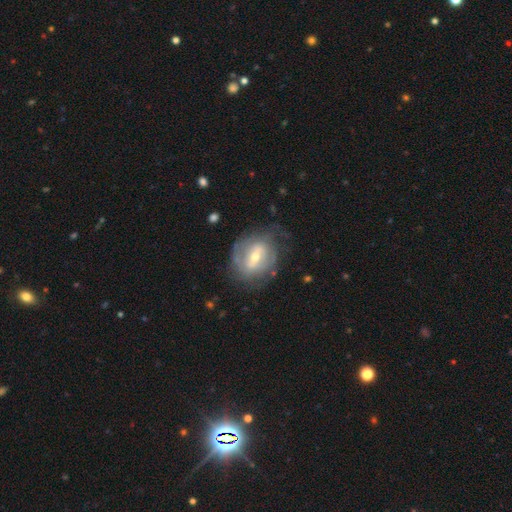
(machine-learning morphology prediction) featured or disk 75%, smooth 19%, star or artifact 7%. Down the decision tree: edge-on disk — no (95%); bar — weak (47%); spiral arms — yes (77%); spiral arm count — 2 (48%); spiral winding — tight (50%); bulge size — moderate (55%); merging — none (65%).